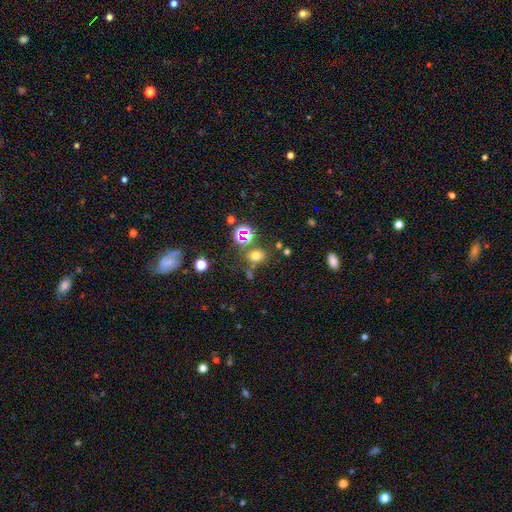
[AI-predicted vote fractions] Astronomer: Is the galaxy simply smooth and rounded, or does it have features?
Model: smooth — 68%.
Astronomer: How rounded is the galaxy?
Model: round — 50% (runner-up: in between, 48%).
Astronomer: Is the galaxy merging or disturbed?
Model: none — 68%.